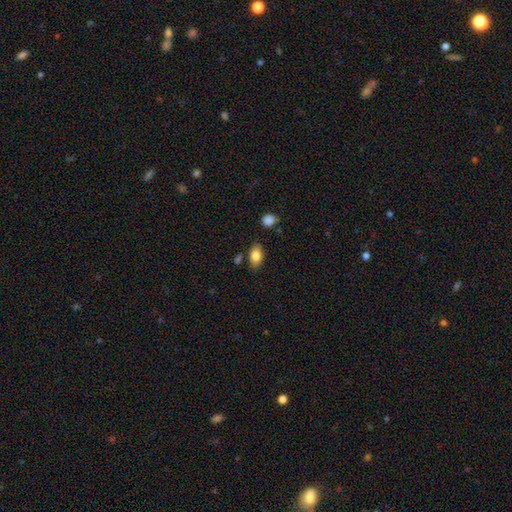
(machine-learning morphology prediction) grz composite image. It shows a smooth galaxy with no disk features (82%) that is in between round and cigar-shaped (90%). Merging: none (79%).